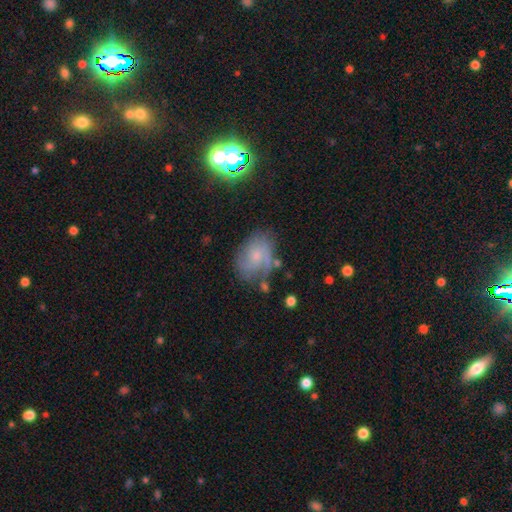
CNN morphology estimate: This is possibly a featured or disk galaxy (50%). Merging: possibly none (59%).